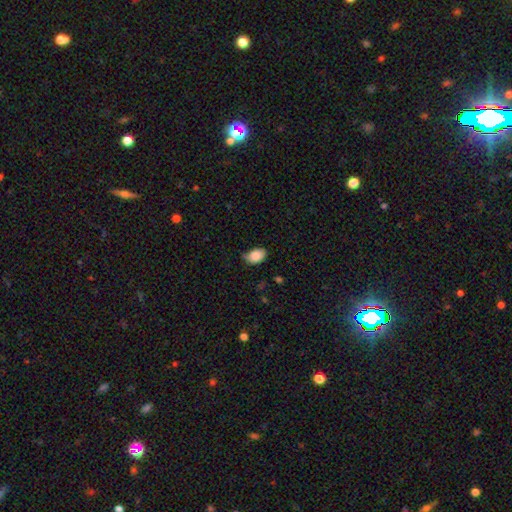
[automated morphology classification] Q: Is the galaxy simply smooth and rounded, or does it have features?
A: smooth — 87%.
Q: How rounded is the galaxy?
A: in between — 88%.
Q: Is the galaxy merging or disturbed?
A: none — 62%.